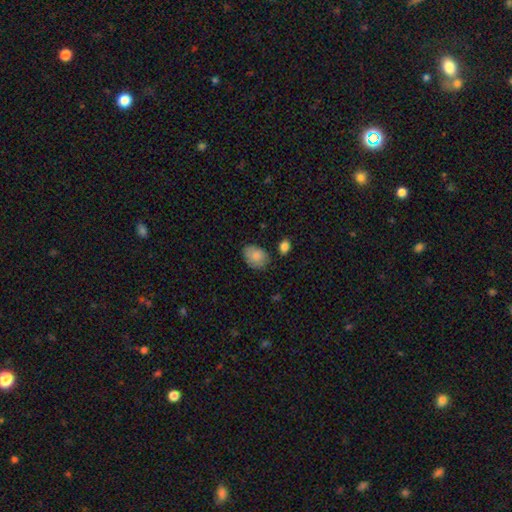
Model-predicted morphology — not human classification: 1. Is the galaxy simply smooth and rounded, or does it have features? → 85% smooth, 8% featured or disk, 7% star or artifact.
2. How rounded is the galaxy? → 75% in between, 24% round, 1% cigar-shaped.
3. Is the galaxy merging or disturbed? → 72% none, 21% minor disturbance, 4% major disturbance, 3% merger.